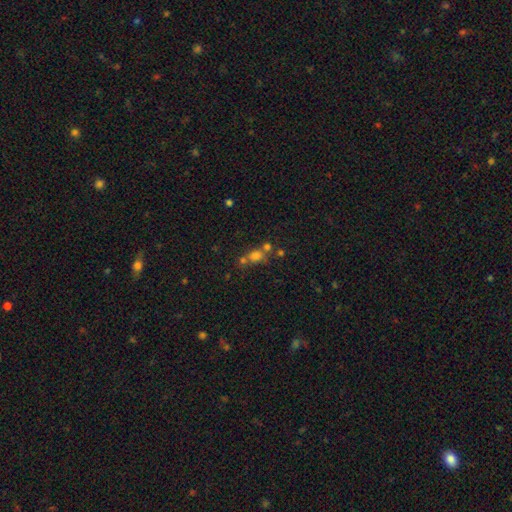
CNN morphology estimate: Q: Smooth or featured?
A: smooth (67%); runner-up: star or artifact (19%)
Q: How rounded?
A: round (65%); runner-up: in between (32%)
Q: Merging?
A: none (44%); runner-up: merger (39%)